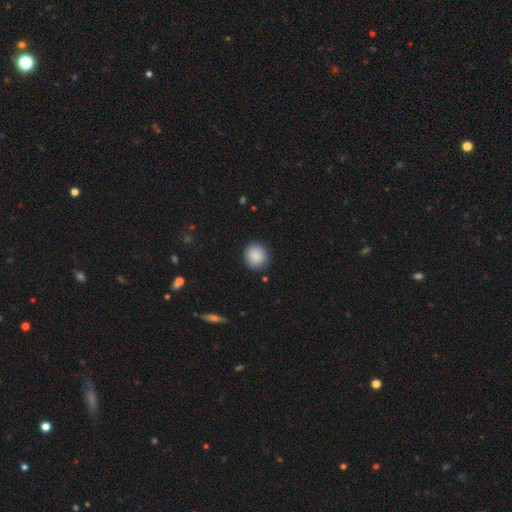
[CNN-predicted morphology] This is clearly a smooth galaxy (89%). How rounded: clearly round (84%). Merging: clearly none (88%).